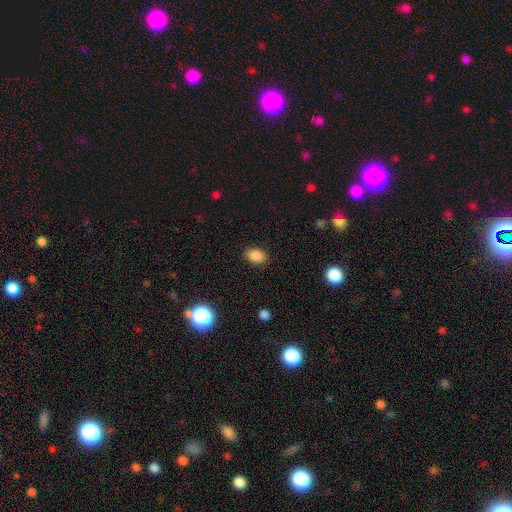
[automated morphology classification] Smooth or featured? smooth (86%)
How rounded? in between (82%)
Merging? none (88%)